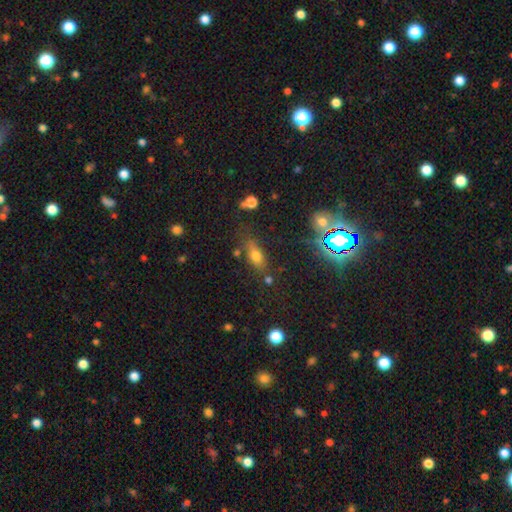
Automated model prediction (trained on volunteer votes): The model was most divided on "smooth or featured": smooth: 61%, star or artifact: 21%, featured or disk: 17%. More confident: merging — none (70%); how rounded — in between (65%).